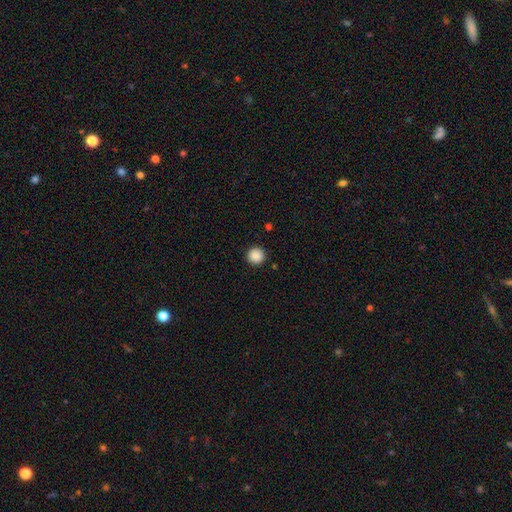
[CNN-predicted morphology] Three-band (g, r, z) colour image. It shows a smooth galaxy with no disk features (89%) that is round (95%). Merging: none (92%).